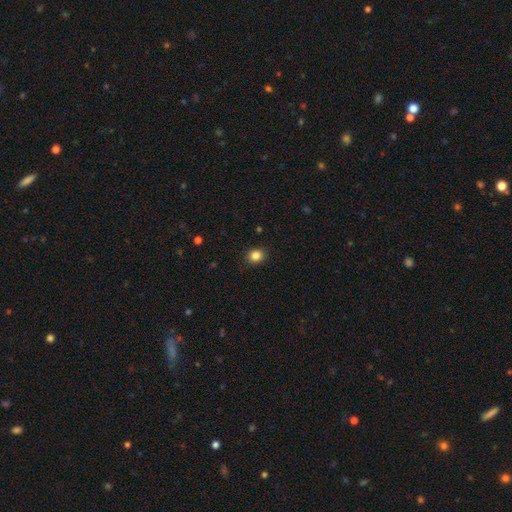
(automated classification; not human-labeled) smooth-or-featured: smooth: 85% | star or artifact: 11% | featured or disk: 4%
  how-rounded: round: 73% | in between: 26% | cigar-shaped: 1%
  merging: none: 90% | minor disturbance: 7% | major disturbance: 2% | merger: 1%